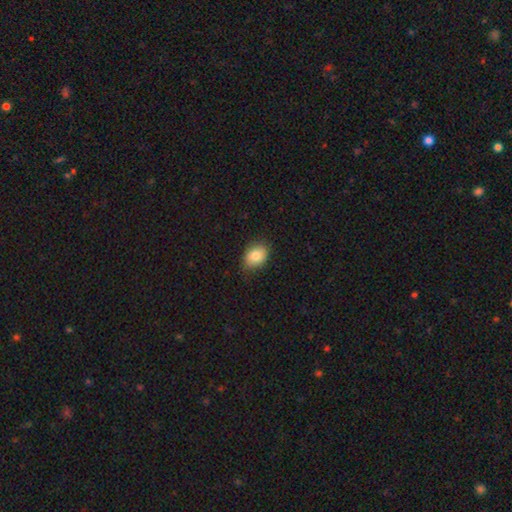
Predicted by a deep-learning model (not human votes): This appears to be a smooth galaxy with no disk features (83%) that is in between round and cigar-shaped (69%). Merging: none (79%).